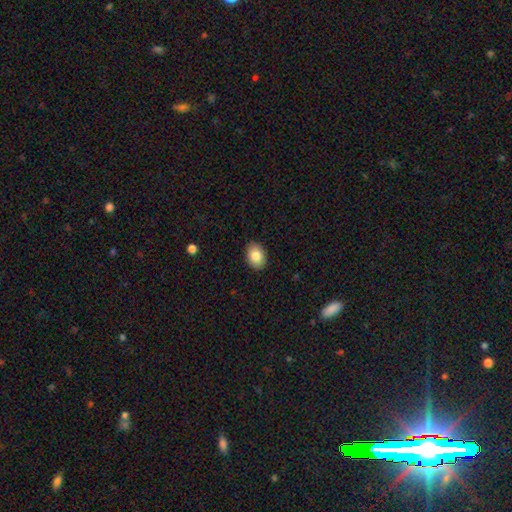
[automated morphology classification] A smooth galaxy with no disk features (84%) that is in between round and cigar-shaped (75%). Merging: none (89%).